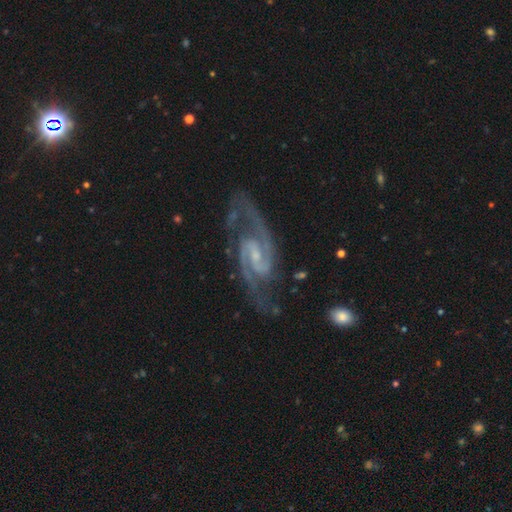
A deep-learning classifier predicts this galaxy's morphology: The model was most divided on "bar": weak: 55%, no: 23%, strong: 22%. More confident: spiral arms — yes (99%); edge-on disk — no (98%); smooth or featured — featured or disk (94%); spiral arm count — 2 (92%); merging — none (73%); bulge size — small (66%); spiral winding — medium (62%).